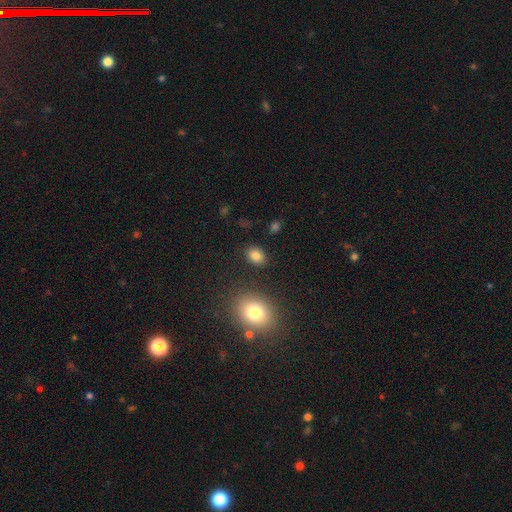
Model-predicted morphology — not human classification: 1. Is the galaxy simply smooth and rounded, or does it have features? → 84% smooth, 10% star or artifact, 6% featured or disk.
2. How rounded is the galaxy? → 63% in between, 36% round, 1% cigar-shaped.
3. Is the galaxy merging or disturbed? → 87% none, 8% minor disturbance, 3% major disturbance, 3% merger.